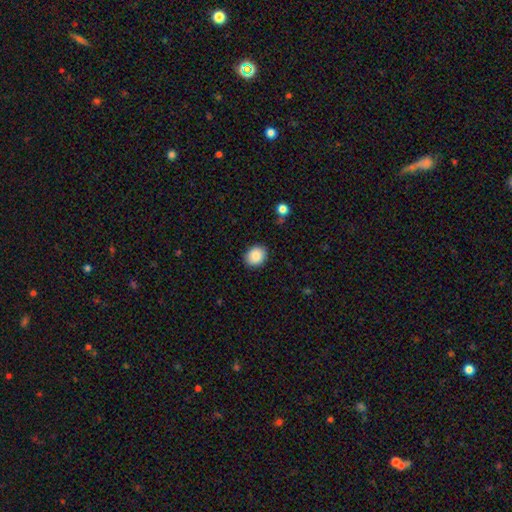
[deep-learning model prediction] The model was most divided on "how rounded": round: 58%, in between: 41%, cigar-shaped: 1%. More confident: merging — none (89%); smooth or featured — smooth (88%).